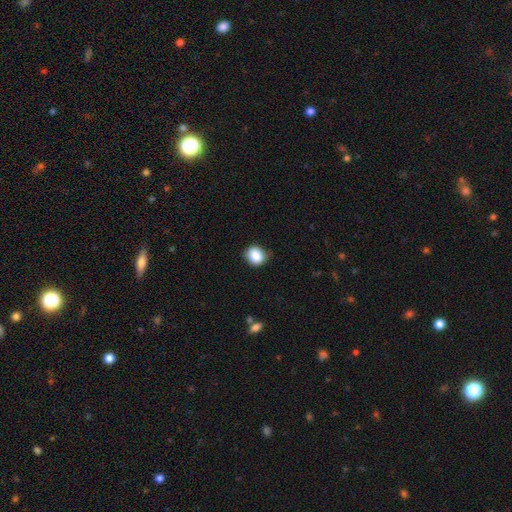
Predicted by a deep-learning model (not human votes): A smooth galaxy with no disk features (86%) that is round (73%). Merging: none (77%).